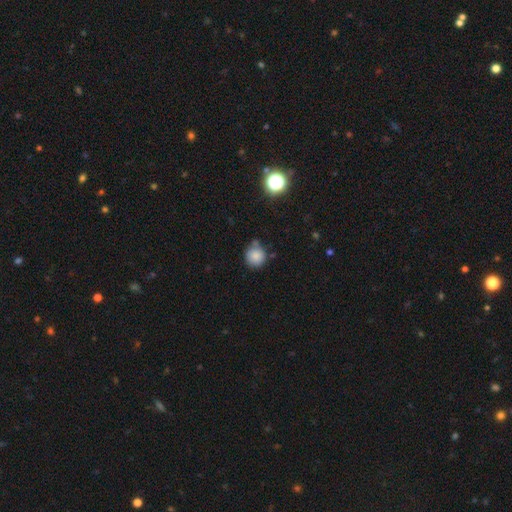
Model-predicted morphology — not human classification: smooth 83%, star or artifact 11%, featured or disk 6%. Down the decision tree: how rounded — round (90%); merging — none (69%).